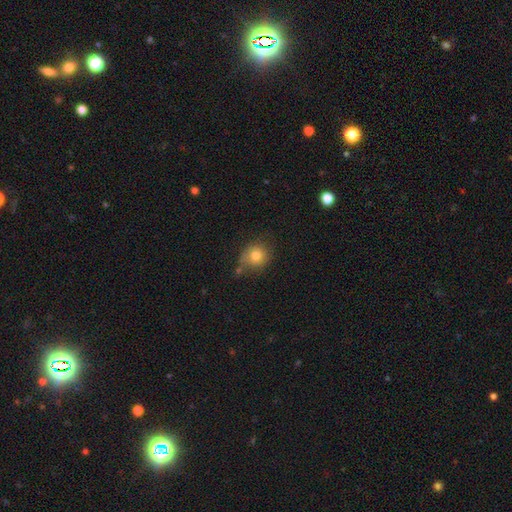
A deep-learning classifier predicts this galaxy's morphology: type=smooth (78%); roundness=round (79%); merging=none (61%).